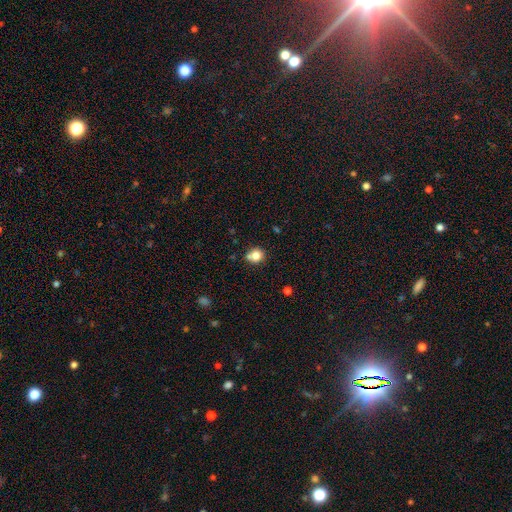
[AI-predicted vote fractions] Overall: smooth (81%). How rounded: round (82%). Merging: none (63%).